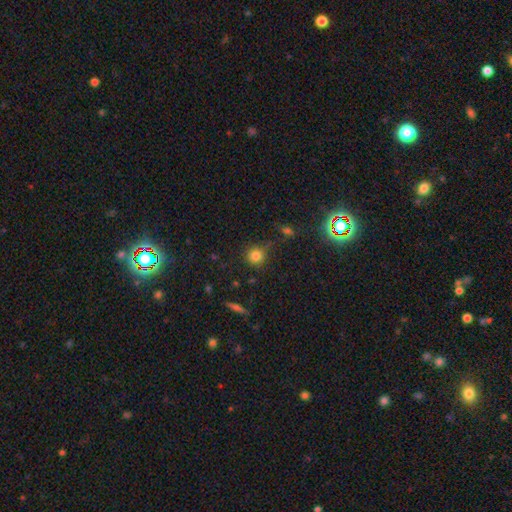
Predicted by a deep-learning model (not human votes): smooth 78%, star or artifact 15%, featured or disk 7%. Down the decision tree: how rounded — round (91%); merging — none (77%).